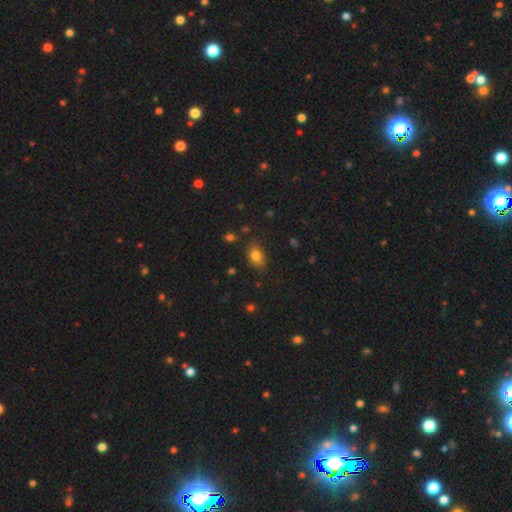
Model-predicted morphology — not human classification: This is clearly a smooth galaxy (81%). How rounded: likely in between (77%). Merging: likely none (78%).